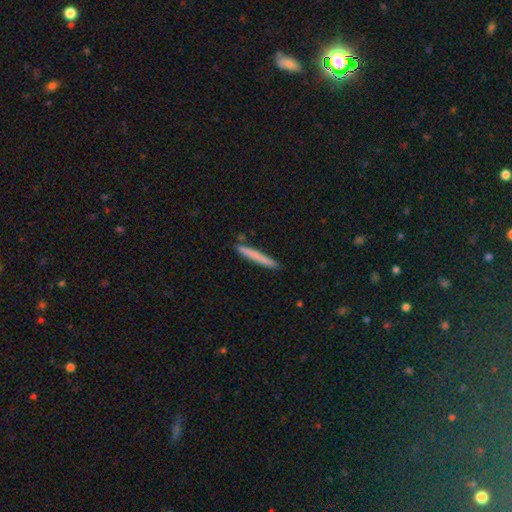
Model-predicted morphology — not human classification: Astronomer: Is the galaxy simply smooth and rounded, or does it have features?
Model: smooth — 73%.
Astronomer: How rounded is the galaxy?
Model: cigar-shaped — 97%.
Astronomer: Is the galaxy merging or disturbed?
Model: none — 88%.